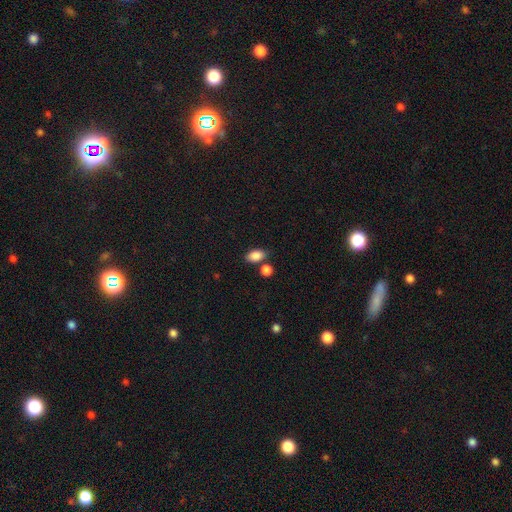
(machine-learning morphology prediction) smooth 86%, star or artifact 8%, featured or disk 5%. Down the decision tree: how rounded — in between (87%); merging — none (69%).